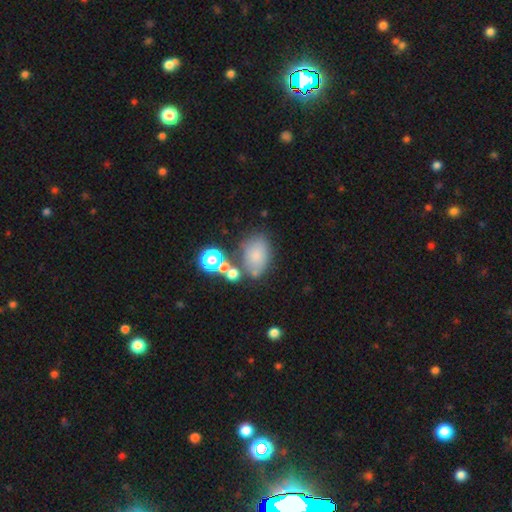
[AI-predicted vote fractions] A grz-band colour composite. It shows a smooth galaxy with no disk features (71%) that is in between round and cigar-shaped (77%). Merging: none (53%).